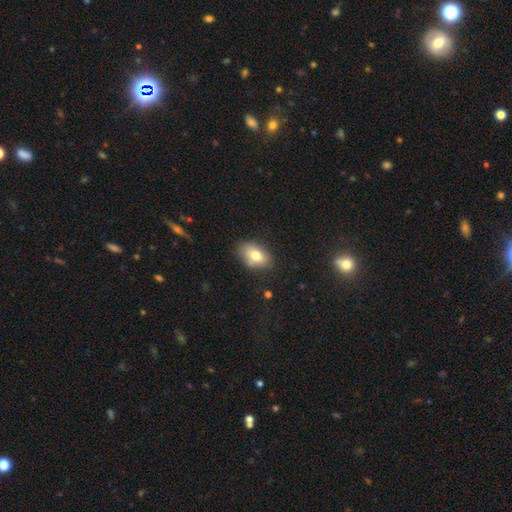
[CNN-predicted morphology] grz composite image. It shows a smooth galaxy with no disk features (77%) that is in between round and cigar-shaped (88%). Merging: none (68%).